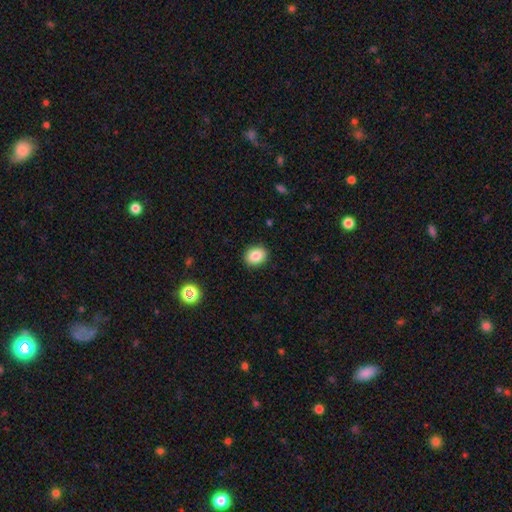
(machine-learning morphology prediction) smooth 86%, star or artifact 9%, featured or disk 6%. Down the decision tree: how rounded — in between (57%); merging — none (90%).